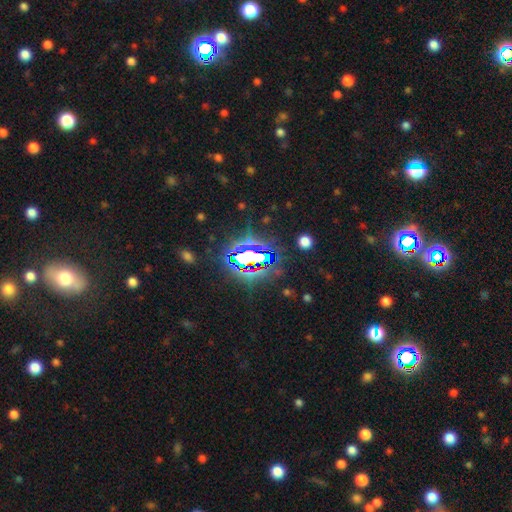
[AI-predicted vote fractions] Smooth or featured? Predicted: star or artifact (p=0.75).